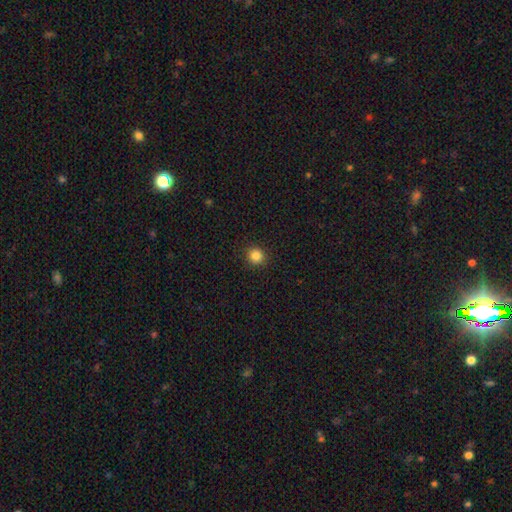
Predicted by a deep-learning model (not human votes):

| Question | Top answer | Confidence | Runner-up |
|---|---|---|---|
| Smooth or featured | smooth | 84% | star or artifact (12%) |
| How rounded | round | 92% | in between (7%) |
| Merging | none | 92% | minor disturbance (5%) |